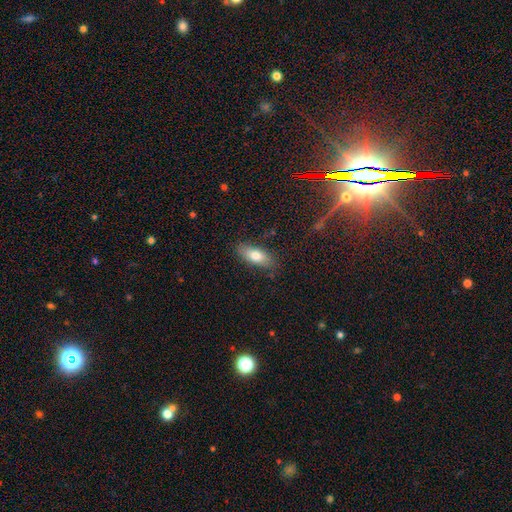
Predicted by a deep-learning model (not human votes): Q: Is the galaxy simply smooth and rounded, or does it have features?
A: smooth — 77%.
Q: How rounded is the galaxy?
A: in between — 80%.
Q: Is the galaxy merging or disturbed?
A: none — 82%.